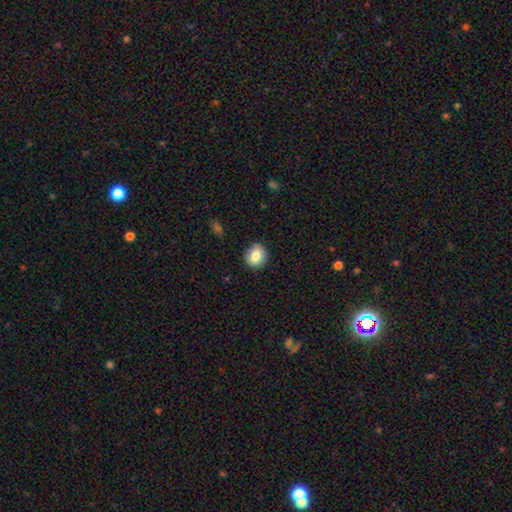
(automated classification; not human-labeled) Smooth or featured: smooth — 81% (featured or disk — 10%)
How rounded: round — 81% (in between — 18%)
Merging: none — 88% (minor disturbance — 9%)